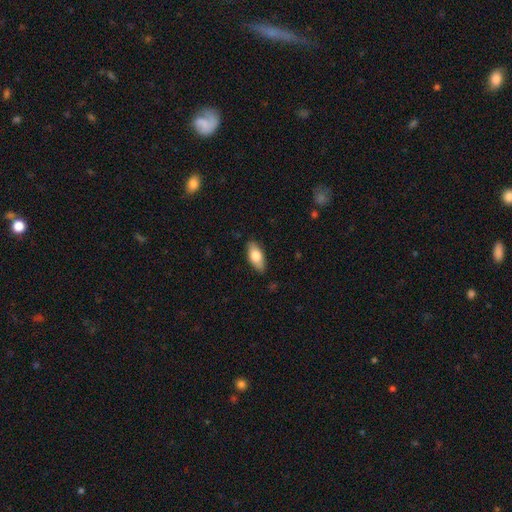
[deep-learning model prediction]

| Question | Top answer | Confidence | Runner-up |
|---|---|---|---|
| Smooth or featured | smooth | 73% | featured or disk (21%) |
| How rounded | in between | 84% | cigar-shaped (14%) |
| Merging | none | 85% | minor disturbance (11%) |